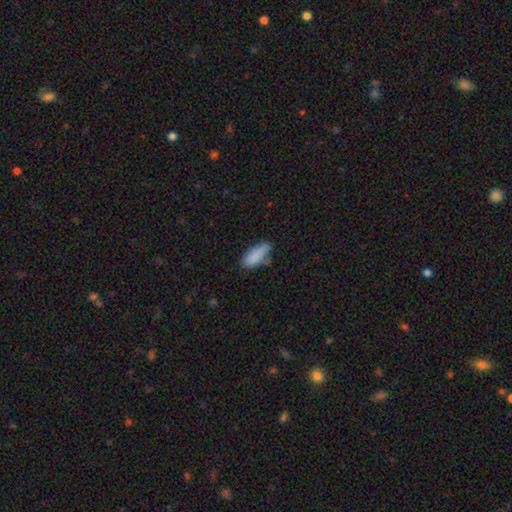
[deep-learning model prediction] Morphology: type=smooth (86%); roundness=in between (74%); merging=none (59%).